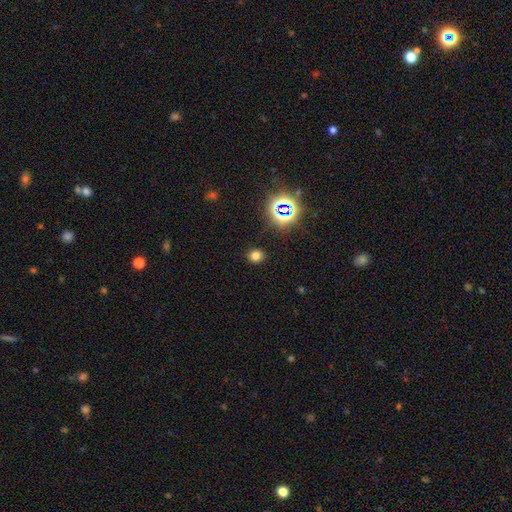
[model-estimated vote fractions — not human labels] The model was most divided on "smooth or featured": smooth: 72%, star or artifact: 22%, featured or disk: 6%. More confident: merging — none (89%); how rounded — round (78%).